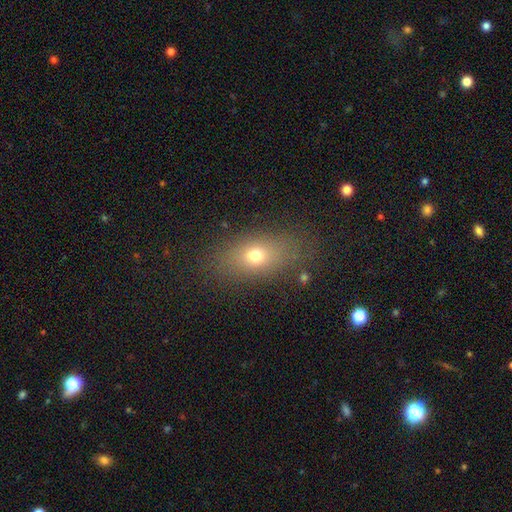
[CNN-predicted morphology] smooth 69%, featured or disk 16%, star or artifact 15%. Down the decision tree: how rounded — in between (76%); merging — none (79%).